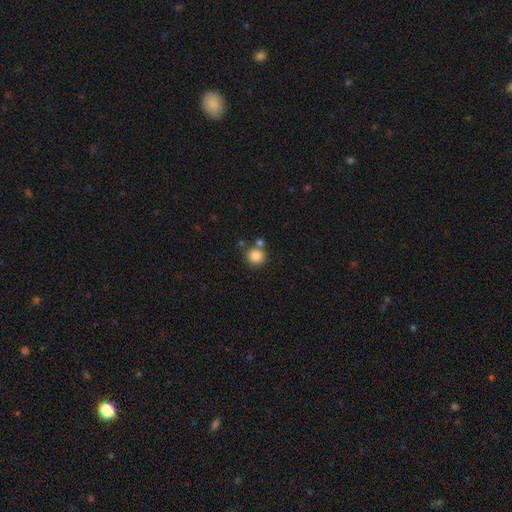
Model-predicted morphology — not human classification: Smooth or featured: smooth — 85% (star or artifact — 10%)
How rounded: round — 88% (in between — 11%)
Merging: none — 71% (merger — 17%)